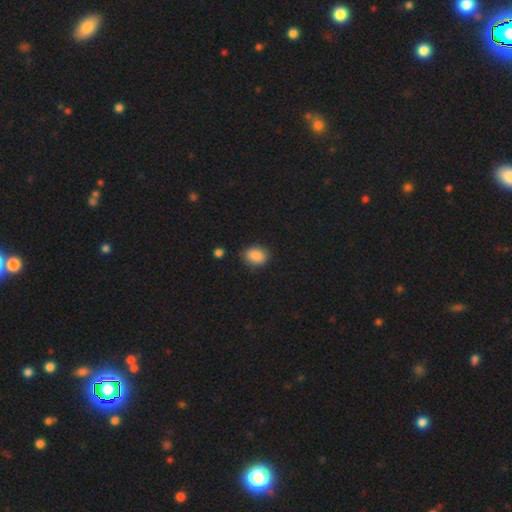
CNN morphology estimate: Smooth or featured?
  - smooth: 88% *
  - star or artifact: 8%
  - featured or disk: 4%
How rounded?
  - in between: 64% *
  - round: 35%
  - cigar-shaped: 1%
Merging?
  - none: 81% *
  - minor disturbance: 14%
  - major disturbance: 3%
  - merger: 2%